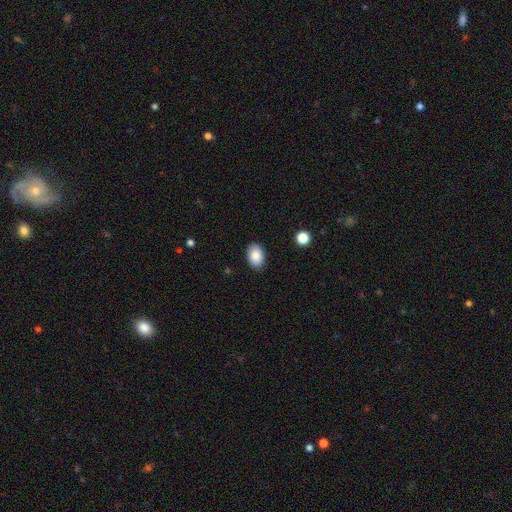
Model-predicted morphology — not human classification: Smooth or featured? Predicted: smooth (p=0.85). How rounded? Predicted: in between (p=0.87). Merging? Predicted: none (p=0.87).